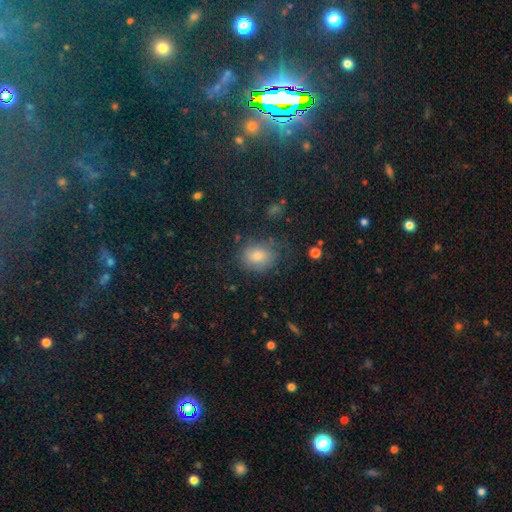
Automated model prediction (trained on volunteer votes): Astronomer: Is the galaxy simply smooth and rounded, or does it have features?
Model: smooth — 70%.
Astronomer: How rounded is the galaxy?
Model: round — 49%, tied with in between at 49%.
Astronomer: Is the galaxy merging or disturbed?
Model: none — 66%.